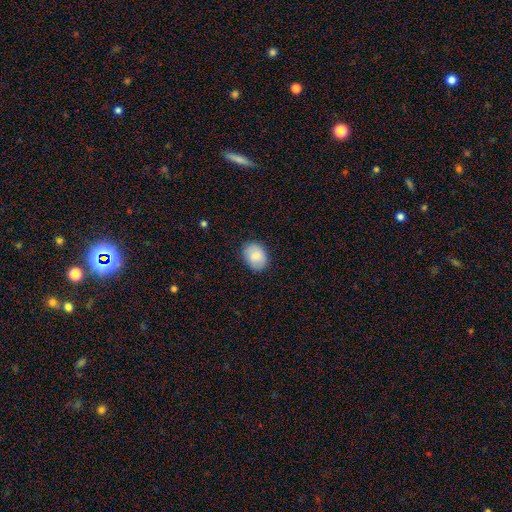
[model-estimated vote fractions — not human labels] Morphology: type=smooth (83%); roundness=in between (68%); merging=none (83%).